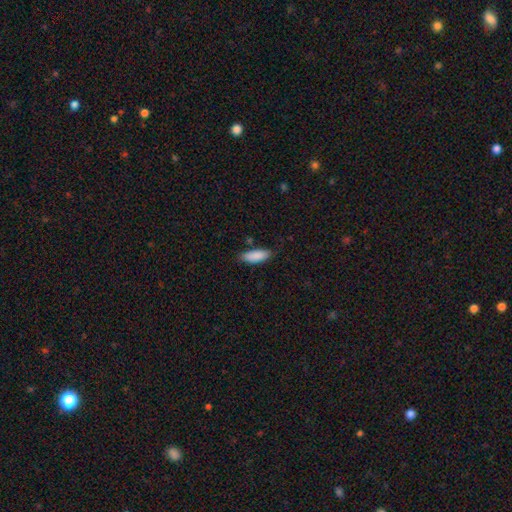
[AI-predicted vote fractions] smooth_or_featured: smooth (p=0.88) [alt: star or artifact p=0.06]
how_rounded: in between (p=0.69) [alt: cigar-shaped p=0.30]
merging: none (p=0.79) [alt: minor disturbance p=0.16]